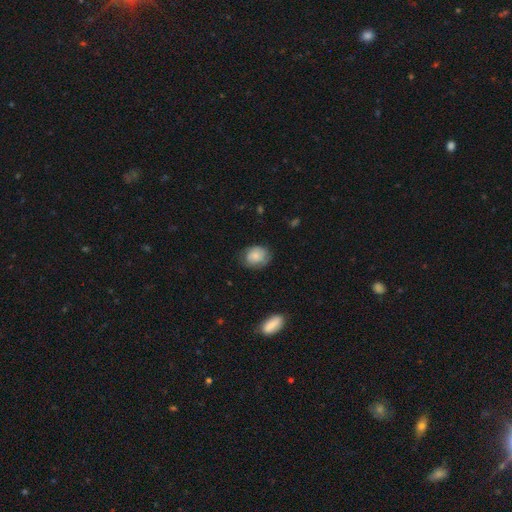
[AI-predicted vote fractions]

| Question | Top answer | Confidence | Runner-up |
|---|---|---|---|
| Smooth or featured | smooth | 73% | featured or disk (19%) |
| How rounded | in between | 53% | round (46%) |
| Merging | none | 68% | minor disturbance (24%) |